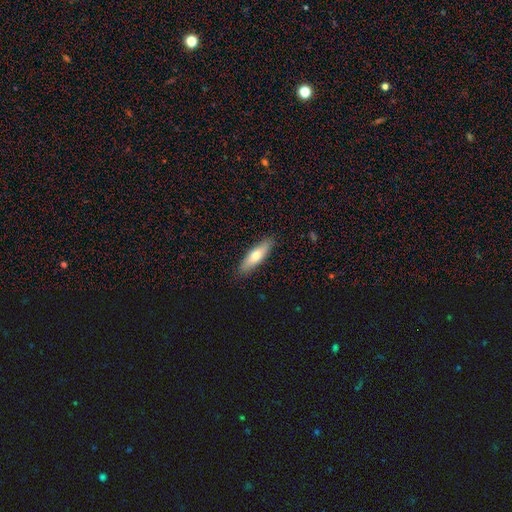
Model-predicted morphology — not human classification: type=smooth (65%); roundness=cigar-shaped (56%); merging=none (89%).